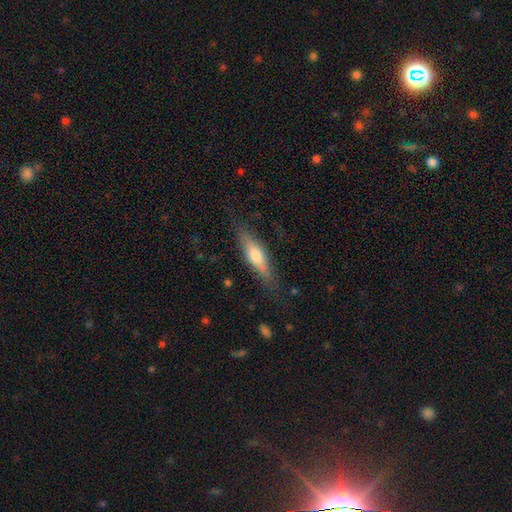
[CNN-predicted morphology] smooth-or-featured: smooth: 53% | featured or disk: 41% | star or artifact: 6%
  how-rounded: cigar-shaped: 63% | in between: 35% | round: 3%
  merging: none: 77% | minor disturbance: 16% | major disturbance: 5% | merger: 1%